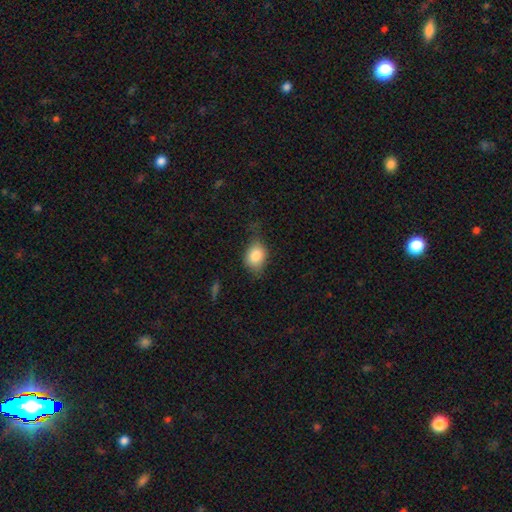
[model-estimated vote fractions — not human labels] Smooth or featured? smooth (82%)
How rounded? in between (62%)
Merging? none (60%)